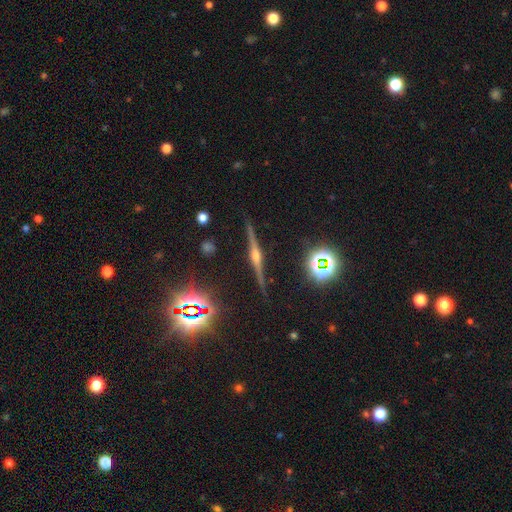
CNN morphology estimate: Overall: featured or disk (78%). Edge-on disk: yes (98%). Edge-on bulge: rounded (89%). Merging: none (90%).